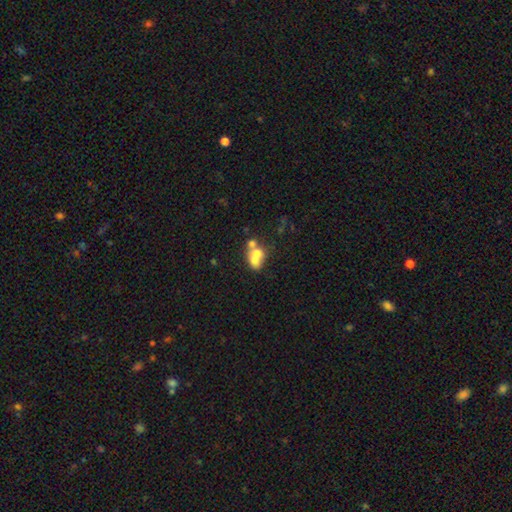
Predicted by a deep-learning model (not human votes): smooth-or-featured: smooth: 57% | featured or disk: 31% | star or artifact: 12%
  how-rounded: round: 52% | in between: 47% | cigar-shaped: 1%
  merging: merger: 62% | none: 25% | minor disturbance: 7% | major disturbance: 5%